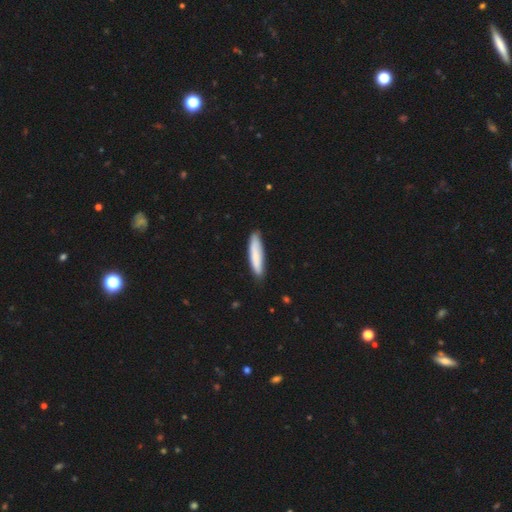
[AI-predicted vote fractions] Smooth or featured? Predicted: smooth (p=0.80). How rounded? Predicted: cigar-shaped (p=0.79). Merging? Predicted: none (p=0.82).